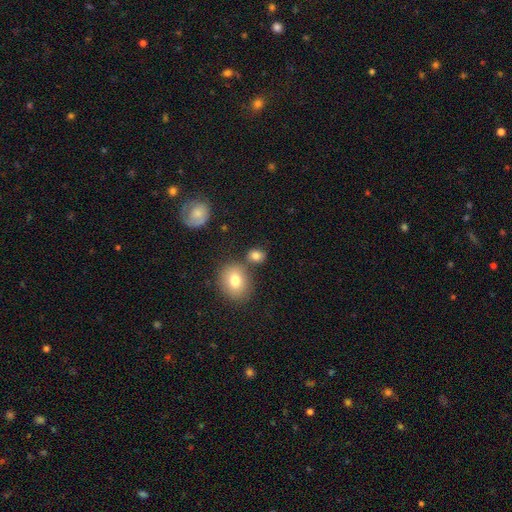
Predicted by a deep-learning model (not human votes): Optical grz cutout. It shows a smooth galaxy with no disk features (81%) that is round (56%). Merging: none (68%).